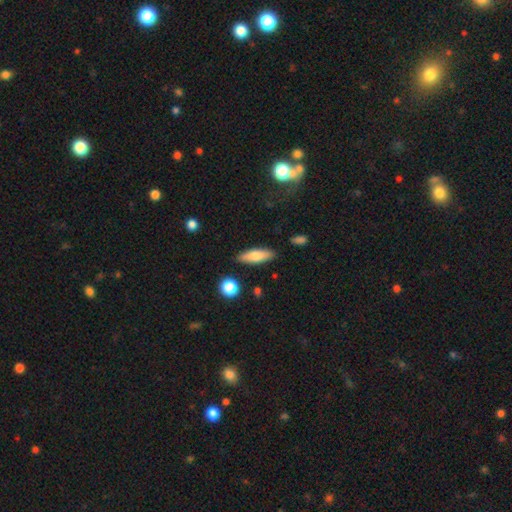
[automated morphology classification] Overall: smooth (75%). How rounded: in between (50%; cigar-shaped 48%). Merging: none (86%).